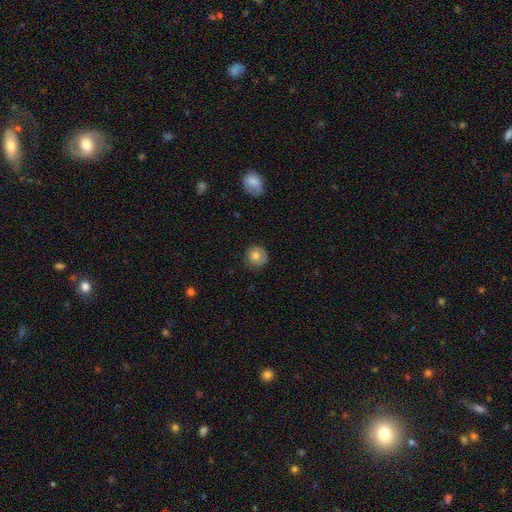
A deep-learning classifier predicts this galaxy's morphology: A smooth galaxy with no disk features (76%) that is round (90%).

Vote fractions:
- Smooth or featured? smooth: 76% / featured or disk: 16% / star or artifact: 8%
- How rounded? round: 90% / in between: 9% / cigar-shaped: 1%
- Merging? none: 79% / minor disturbance: 16% / major disturbance: 4% / merger: 1%